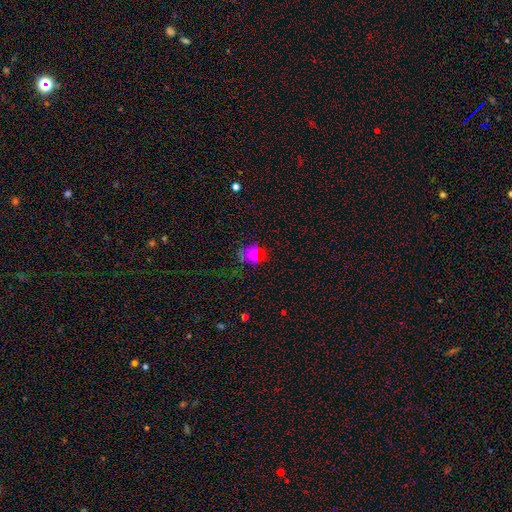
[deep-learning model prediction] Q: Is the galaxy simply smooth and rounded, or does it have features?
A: smooth — 67%.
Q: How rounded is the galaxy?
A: in between — 51%.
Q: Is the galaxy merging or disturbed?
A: none — 73%.